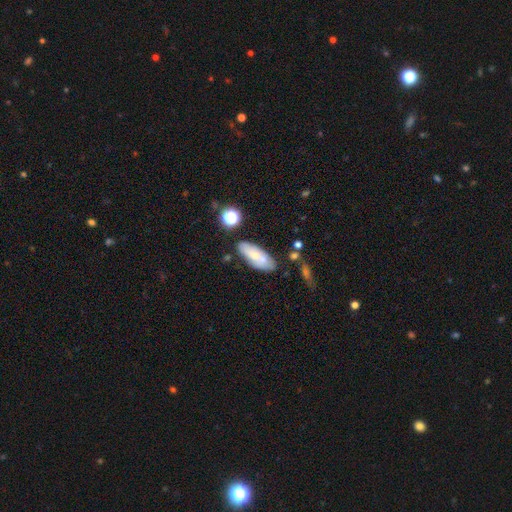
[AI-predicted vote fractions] smooth_or_featured: smooth (p=0.65) [alt: featured or disk p=0.27]
how_rounded: in between (p=0.75) [alt: cigar-shaped p=0.22]
merging: none (p=0.66) [alt: minor disturbance p=0.17]